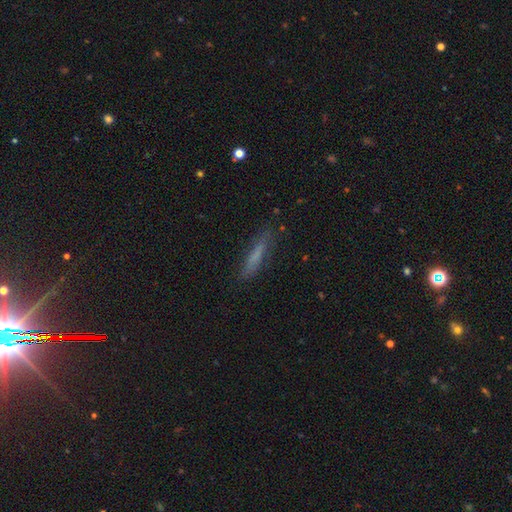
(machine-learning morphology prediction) A smooth galaxy with no disk features (64%) that is cigar-shaped (89%). Merging: none (80%).